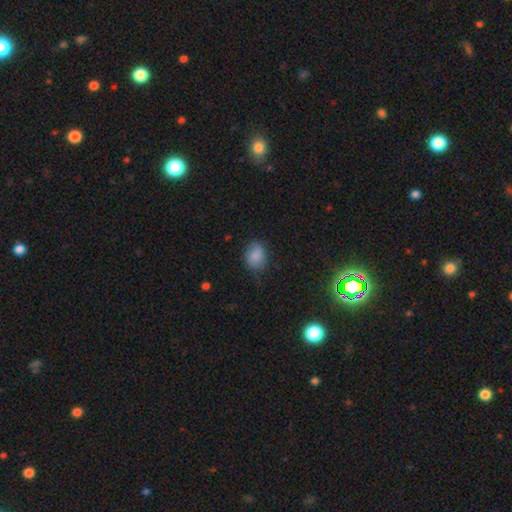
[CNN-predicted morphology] Overall: smooth (86%). How rounded: in between (58%; round 41%). Merging: none (76%).